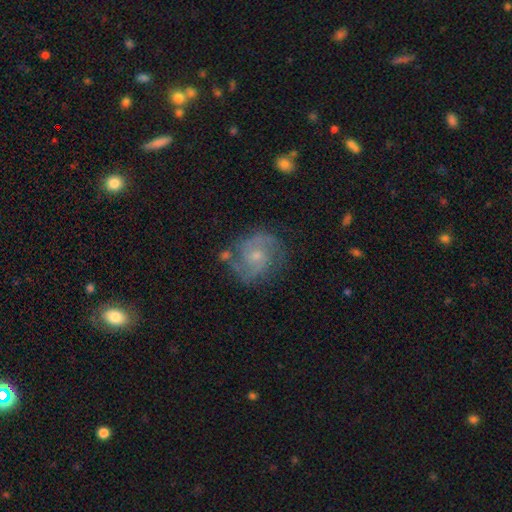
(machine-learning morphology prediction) smooth_or_featured: featured or disk (p=0.80) [alt: smooth p=0.12]
disk_edge_on: no (p=0.98) [alt: yes p=0.02]
bar: no (p=0.64) [alt: weak p=0.31]
has_spiral_arms: yes (p=0.94) [alt: no p=0.06]
spiral_winding: medium (p=0.50) [alt: tight p=0.35]
spiral_arm_count: 2 (p=0.74) [alt: can't tell p=0.11]
bulge_size: small (p=0.64) [alt: moderate p=0.30]
merging: none (p=0.74) [alt: minor disturbance p=0.17]